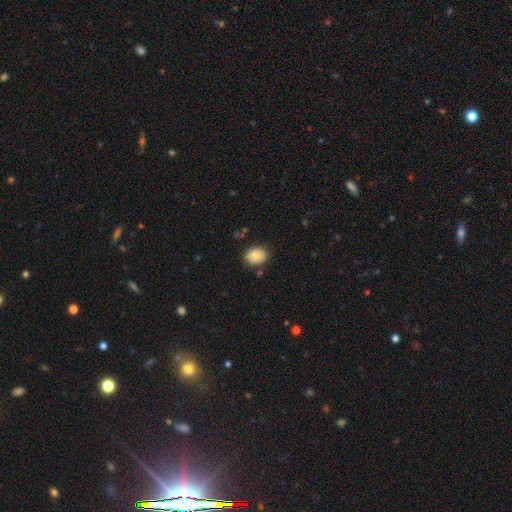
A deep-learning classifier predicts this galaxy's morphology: This appears to be a smooth galaxy with no disk features (85%) that is in between round and cigar-shaped (50%). Merging: none (83%).